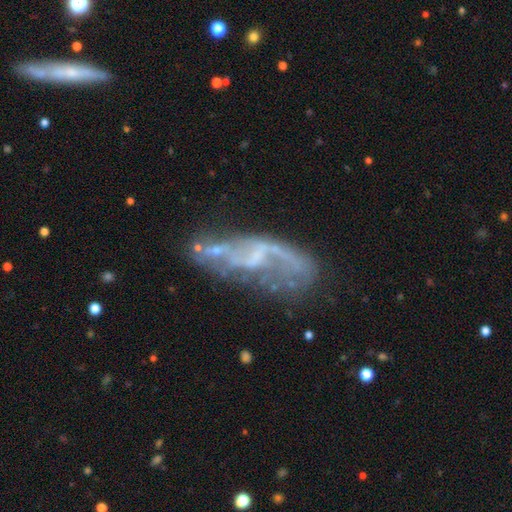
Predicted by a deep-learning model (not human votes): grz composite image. It shows a featured or disk galaxy (71%) with no bar (51%), spiral arms (50%, tied with no) and no central bulge (54%). Merging: none (42%).